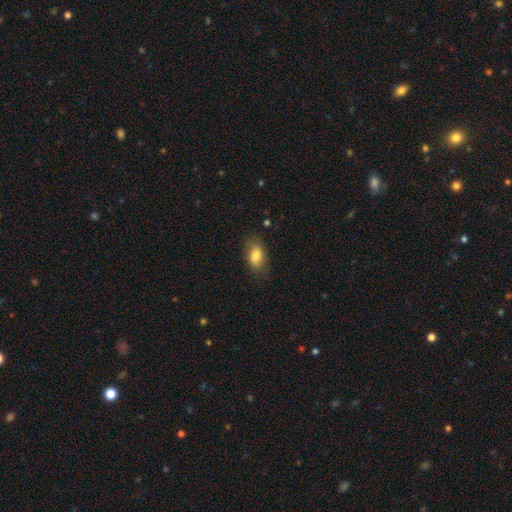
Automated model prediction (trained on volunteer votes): Smooth or featured: smooth — 83% (featured or disk — 9%)
How rounded: in between — 89% (round — 8%)
Merging: none — 77% (minor disturbance — 16%)